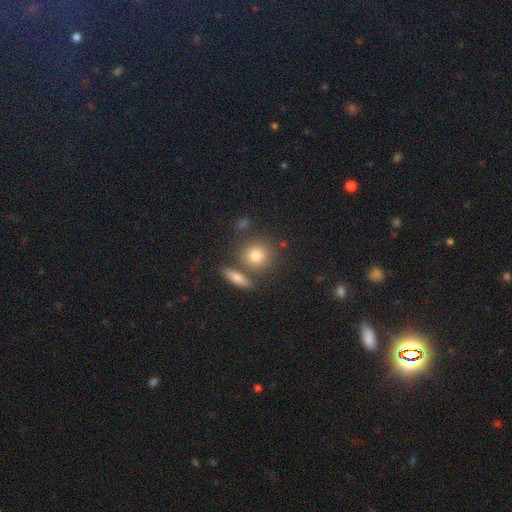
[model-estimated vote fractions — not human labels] Smooth or featured? Predicted: smooth (p=0.78). How rounded? Predicted: round (p=0.82). Merging? Predicted: none (p=0.72).